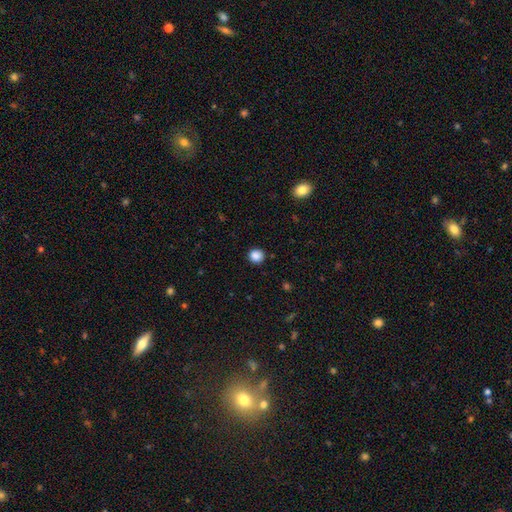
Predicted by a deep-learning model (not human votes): The model was most divided on "smooth or featured": smooth: 87%, star or artifact: 10%, featured or disk: 3%. More confident: merging — none (90%); how rounded — round (89%).